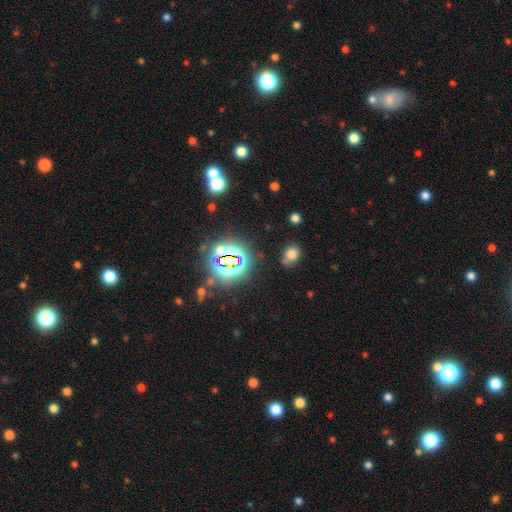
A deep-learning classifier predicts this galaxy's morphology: A star or artifact, not a galaxy (78%).

Vote fractions:
- Smooth or featured? star or artifact: 78% / smooth: 15% / featured or disk: 7%